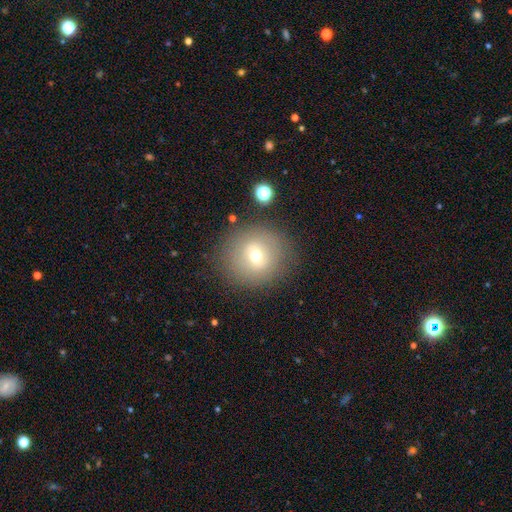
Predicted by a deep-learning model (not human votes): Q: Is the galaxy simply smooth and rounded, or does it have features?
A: smooth — 60%.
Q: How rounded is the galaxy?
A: round — 89%.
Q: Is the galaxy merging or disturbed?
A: none — 83%.